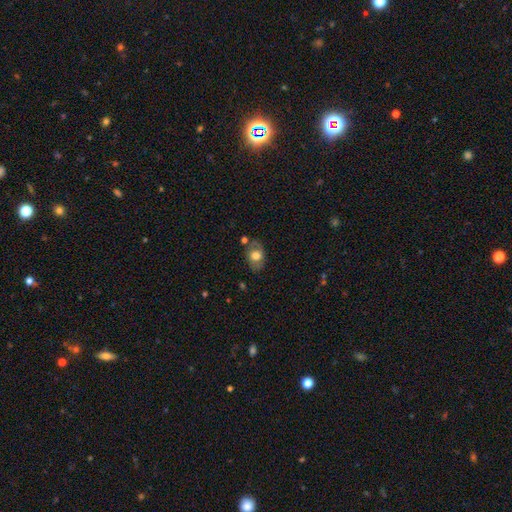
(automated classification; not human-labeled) smooth 58%, featured or disk 34%, star or artifact 8%. Down the decision tree: how rounded — in between (77%); merging — none (67%).